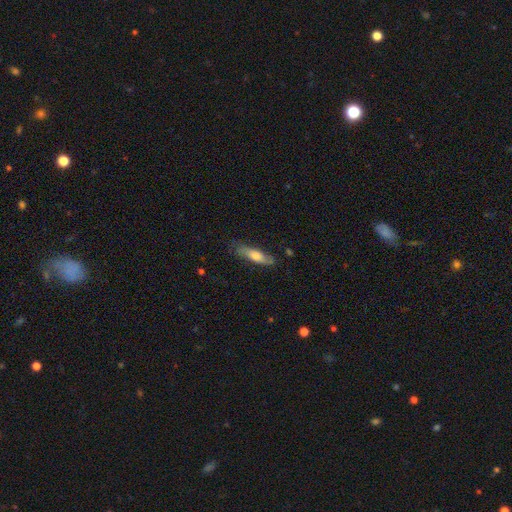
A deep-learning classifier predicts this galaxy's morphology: This appears to be a smooth galaxy with no disk features (61%) that is cigar-shaped (63%). Merging: none (72%).